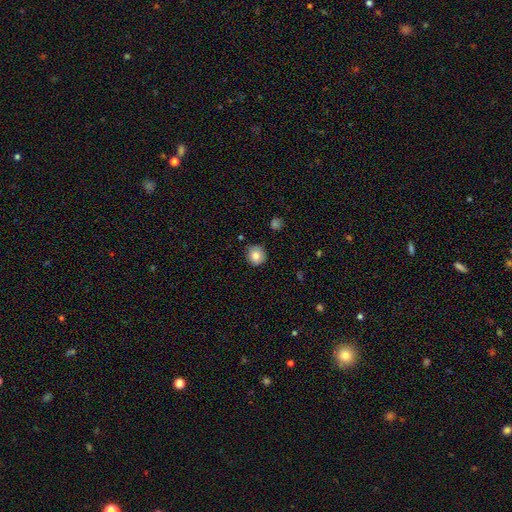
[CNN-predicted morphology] type=smooth (83%); roundness=round (92%); merging=none (83%).